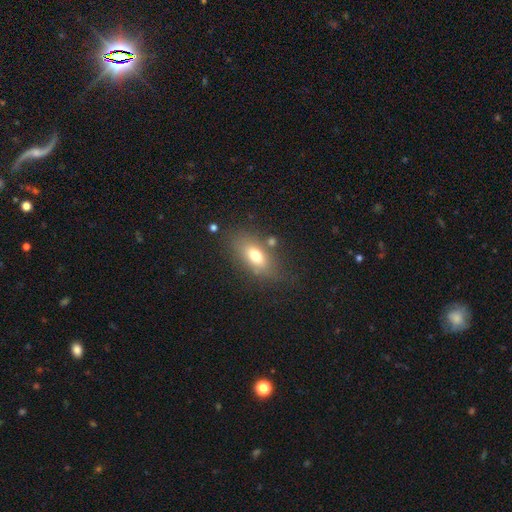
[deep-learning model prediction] A smooth galaxy with no disk features (70%) that is in between round and cigar-shaped (83%).

Vote fractions:
- Smooth or featured? smooth: 70% / featured or disk: 20% / star or artifact: 10%
- How rounded? in between: 83% / round: 9% / cigar-shaped: 8%
- Merging? none: 73% / minor disturbance: 15% / major disturbance: 6% / merger: 6%